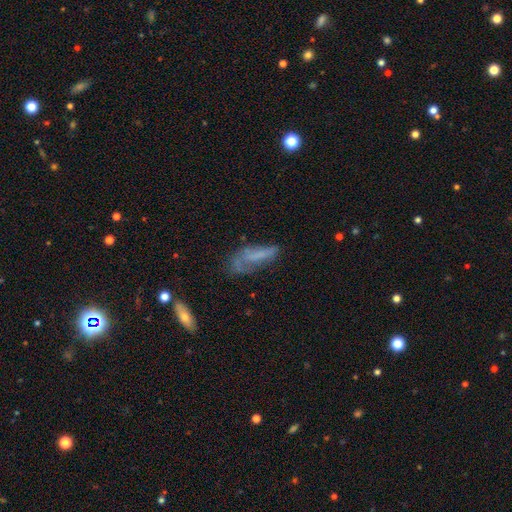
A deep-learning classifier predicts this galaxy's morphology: type=smooth (46%); merging=none (37%).